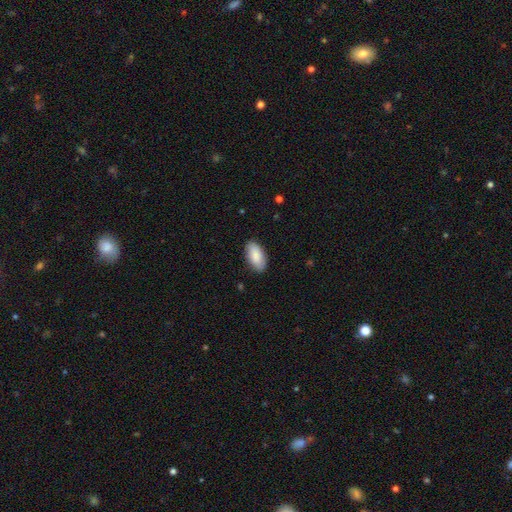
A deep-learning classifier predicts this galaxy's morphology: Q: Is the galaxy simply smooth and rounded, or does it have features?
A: smooth — 87%.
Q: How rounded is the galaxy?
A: in between — 94%.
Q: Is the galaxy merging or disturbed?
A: none — 86%.